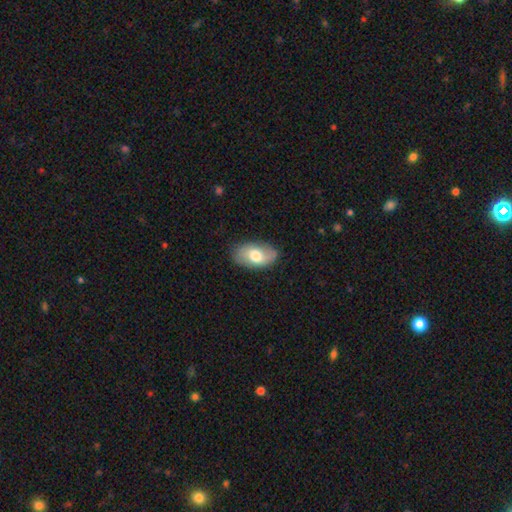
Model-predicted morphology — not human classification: Smooth or featured? smooth (63%)
How rounded? in between (93%)
Merging? none (79%)